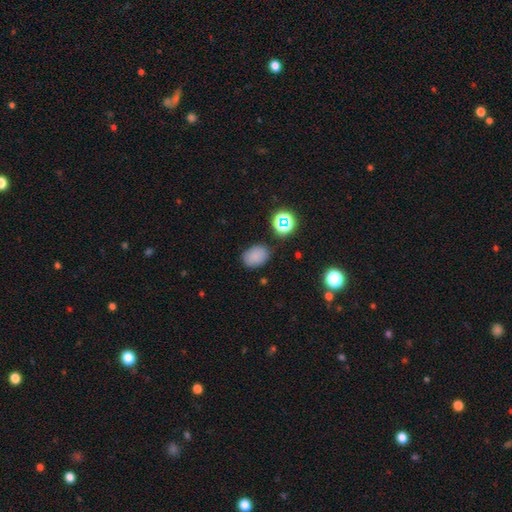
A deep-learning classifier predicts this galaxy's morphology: smooth-or-featured: smooth: 79% | star or artifact: 14% | featured or disk: 7%
  how-rounded: in between: 67% | round: 32% | cigar-shaped: 1%
  merging: none: 78% | minor disturbance: 15% | major disturbance: 4% | merger: 3%